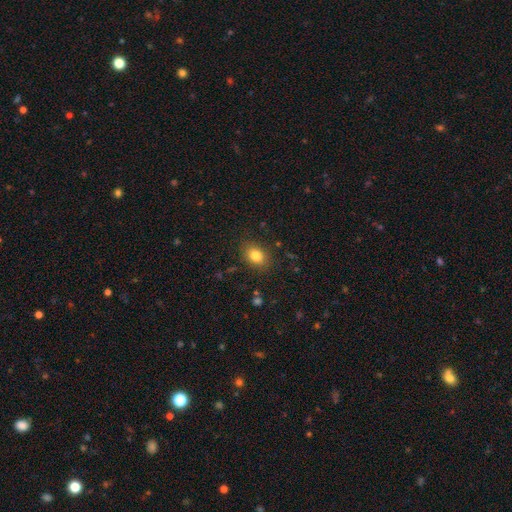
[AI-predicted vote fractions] smooth_or_featured: smooth (p=0.81) [alt: star or artifact p=0.10]
how_rounded: in between (p=0.67) [alt: round p=0.32]
merging: none (p=0.85) [alt: minor disturbance p=0.11]